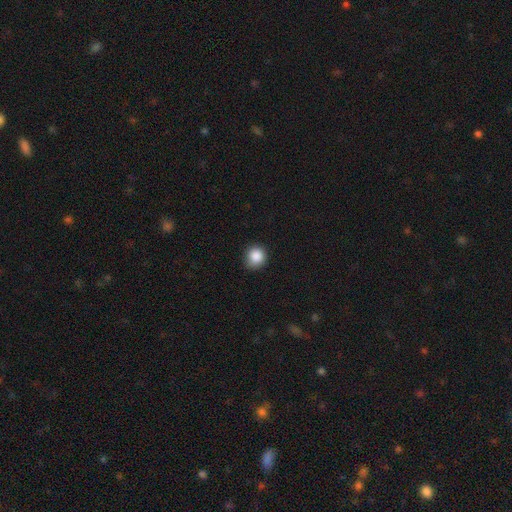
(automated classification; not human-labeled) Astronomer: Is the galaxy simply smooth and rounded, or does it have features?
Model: smooth — 87%.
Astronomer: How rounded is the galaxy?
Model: round — 89%.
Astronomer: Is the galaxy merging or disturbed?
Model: none — 80%.